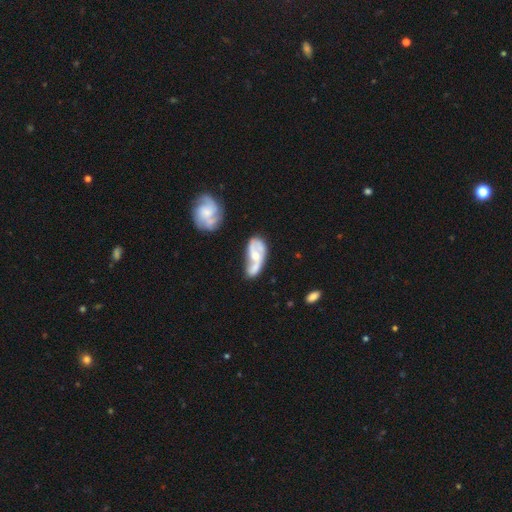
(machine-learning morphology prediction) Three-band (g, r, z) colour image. It shows a featured or disk galaxy (67%) with no bar (63%), spiral arms (73%) and a moderate central bulge (52%). Merging: merger (31%).